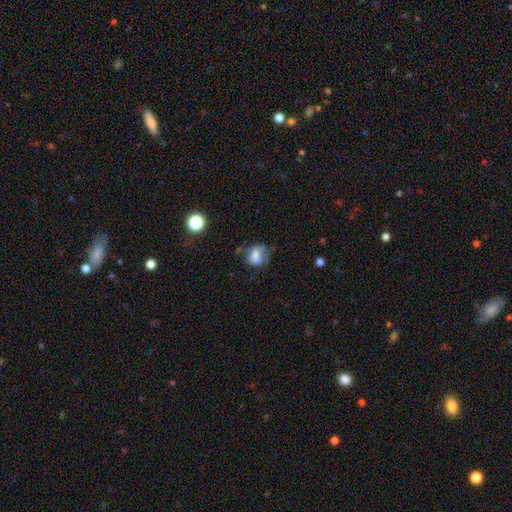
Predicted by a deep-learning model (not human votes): The model was most divided on "how rounded": round: 50%, in between: 48%, cigar-shaped: 1%. Remaining: smooth or featured — smooth (67%); merging — none (45%).